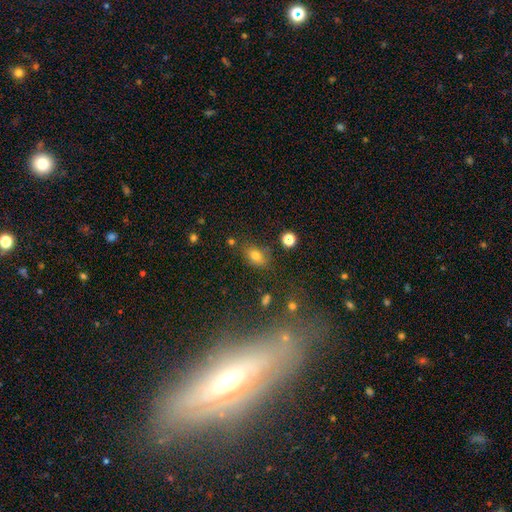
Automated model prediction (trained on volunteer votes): Smooth or featured: smooth — 74% (star or artifact — 15%)
How rounded: in between — 79% (round — 17%)
Merging: none — 73% (minor disturbance — 16%)